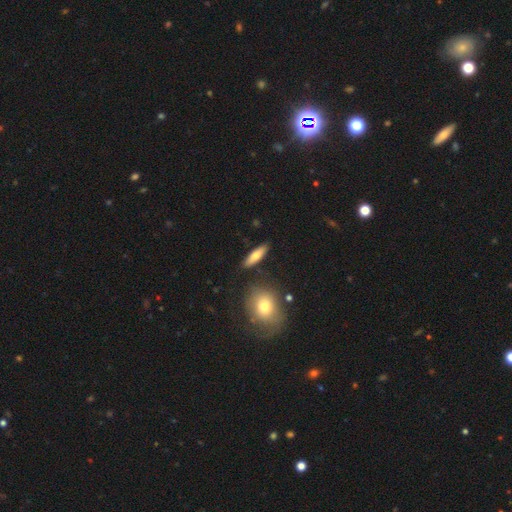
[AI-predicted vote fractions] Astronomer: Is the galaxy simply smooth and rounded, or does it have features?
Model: smooth — 70%.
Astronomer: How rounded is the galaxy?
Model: cigar-shaped — 59% (runner-up: in between, 37%).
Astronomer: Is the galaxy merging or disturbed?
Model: none — 85%.